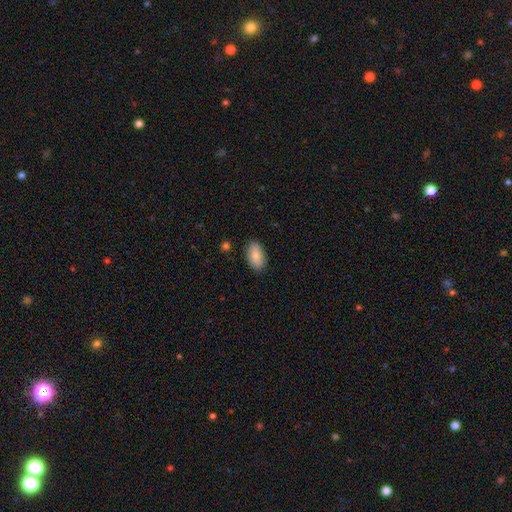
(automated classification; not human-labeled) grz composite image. It shows a smooth galaxy with no disk features (81%) that is in between round and cigar-shaped (93%). Merging: none (87%).